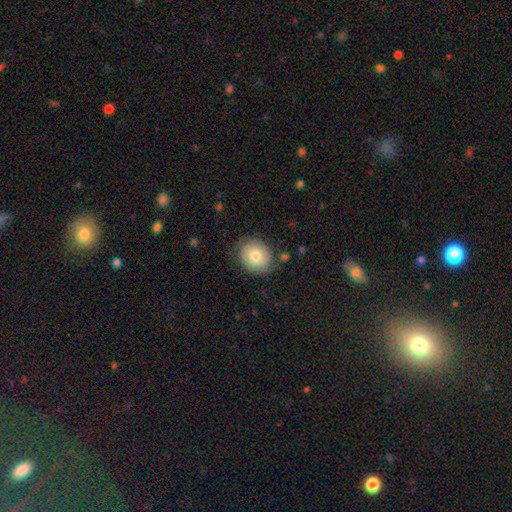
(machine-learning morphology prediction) Smooth or featured?
  - smooth: 71% *
  - featured or disk: 21%
  - star or artifact: 8%
How rounded?
  - round: 75% *
  - in between: 24%
  - cigar-shaped: 1%
Merging?
  - none: 75% *
  - minor disturbance: 18%
  - major disturbance: 6%
  - merger: 2%